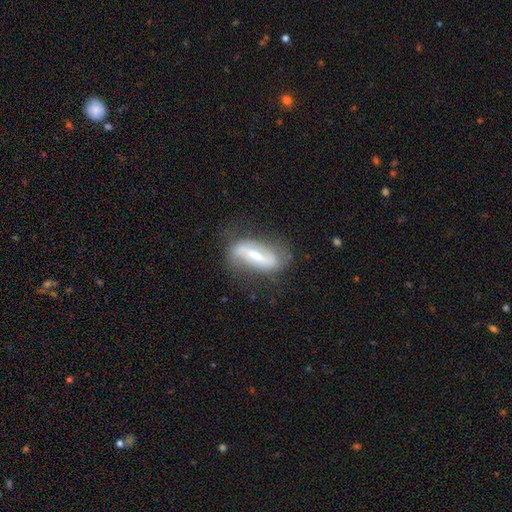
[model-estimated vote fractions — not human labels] Overall: featured or disk (70%). Edge-on disk: no (84%). Bar: strong (57%; weak 29%). Spiral arms: yes (78%). Bulge size: moderate (49%; small 41%). Merging: none (66%).